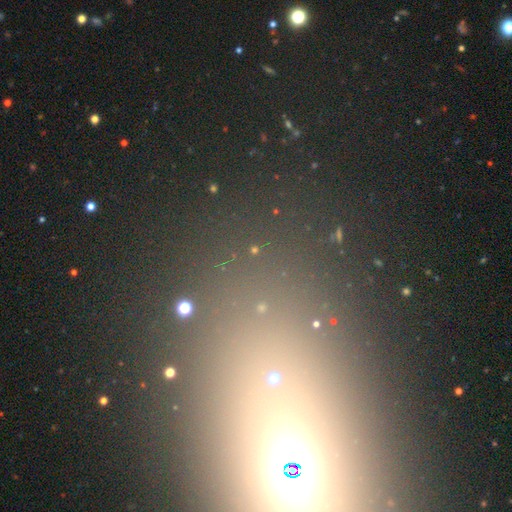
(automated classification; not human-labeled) A star or artifact, not a galaxy (67%).

Vote fractions:
- Smooth or featured? star or artifact: 67% / smooth: 20% / featured or disk: 13%